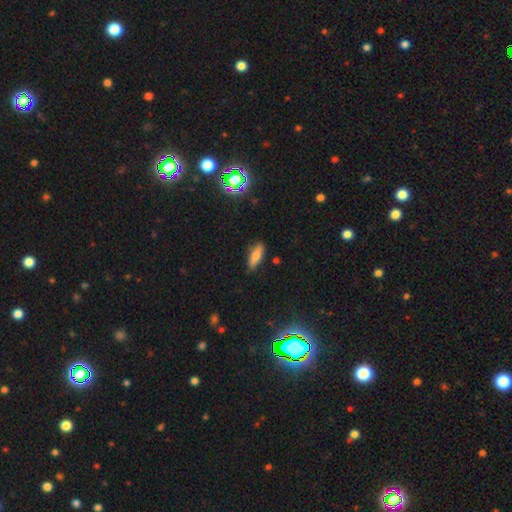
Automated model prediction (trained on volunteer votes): Smooth or featured? Predicted: smooth (p=0.72). How rounded? Predicted: in between (p=0.60). Merging? Predicted: none (p=0.80).